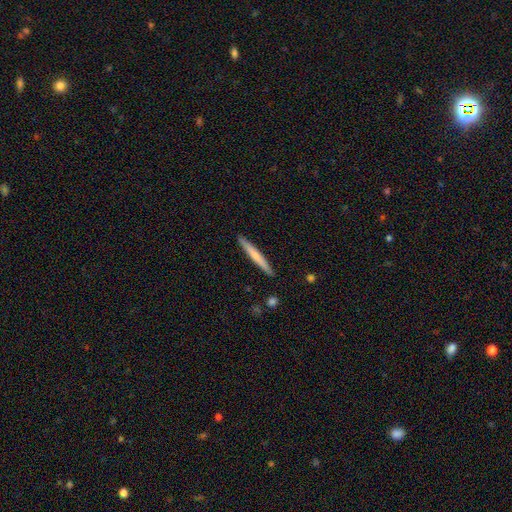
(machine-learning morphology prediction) This appears to be a smooth galaxy with no disk features (59%) that is cigar-shaped (96%). Merging: none (91%).